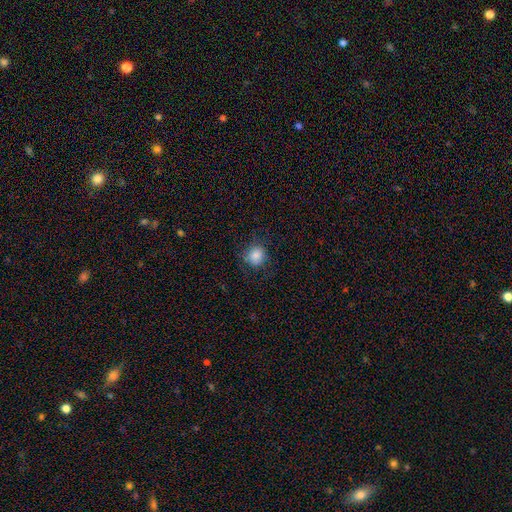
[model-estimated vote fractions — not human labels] Smooth or featured? Predicted: smooth (p=0.84). How rounded? Predicted: round (p=0.84). Merging? Predicted: none (p=0.78).